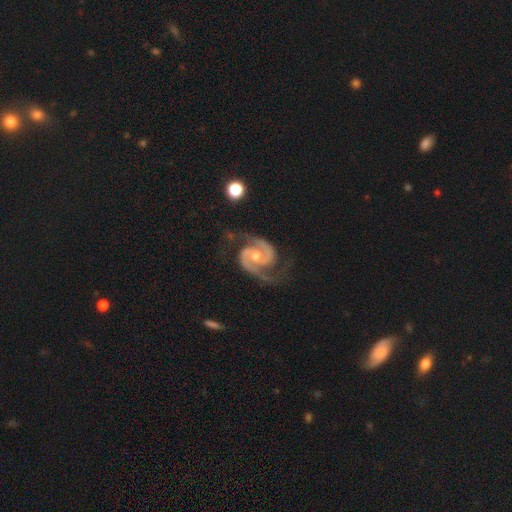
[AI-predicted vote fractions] A featured or disk galaxy (94%) with no bar (58%), 2 (93%) medium (57%) spiral arms (99%) and a moderate central bulge (50%).

Vote fractions:
- Smooth or featured? featured or disk: 94% / star or artifact: 4% / smooth: 2%
- Edge-on disk? no: 98% / yes: 2%
- Bar? no: 58% / weak: 32% / strong: 10%
- Spiral arms? yes: 99% / no: 1%
- Spiral winding? medium: 57% / tight: 34% / loose: 9%
- Spiral arm count? 2: 93% / 3: 2% / can't tell: 1% / 1: 1% / 4: 1% / more than 4: 1%
- Bulge size? moderate: 50% / small: 45% / none: 2% / large: 2% / dominant: 1%
- Merging? none: 75% / minor disturbance: 16% / major disturbance: 7% / merger: 2%